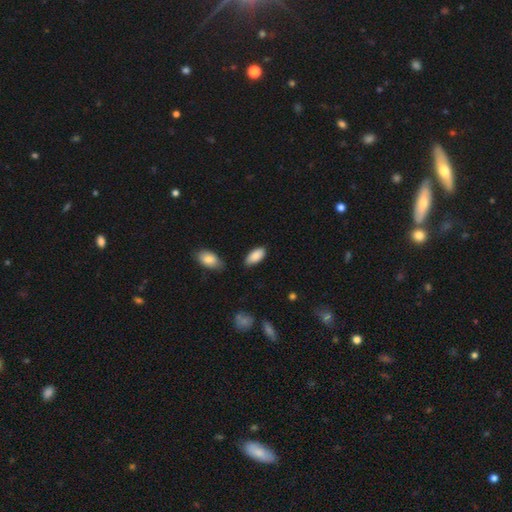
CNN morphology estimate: Smooth or featured? Predicted: smooth (p=0.87). How rounded? Predicted: in between (p=0.92). Merging? Predicted: none (p=0.77).